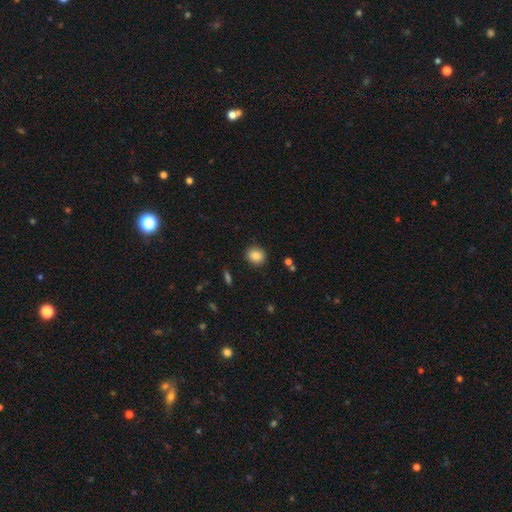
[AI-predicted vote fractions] Q: Smooth or featured?
A: smooth (86%); runner-up: star or artifact (9%)
Q: How rounded?
A: round (73%); runner-up: in between (26%)
Q: Merging?
A: none (89%); runner-up: minor disturbance (8%)